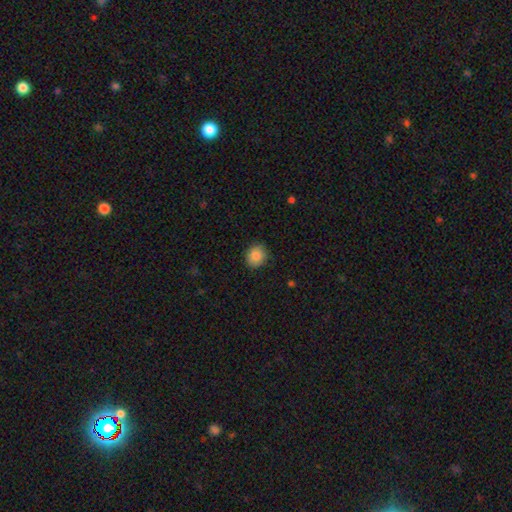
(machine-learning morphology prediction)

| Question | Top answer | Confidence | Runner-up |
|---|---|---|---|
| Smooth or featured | smooth | 87% | star or artifact (9%) |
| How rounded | round | 74% | in between (25%) |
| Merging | none | 87% | minor disturbance (10%) |